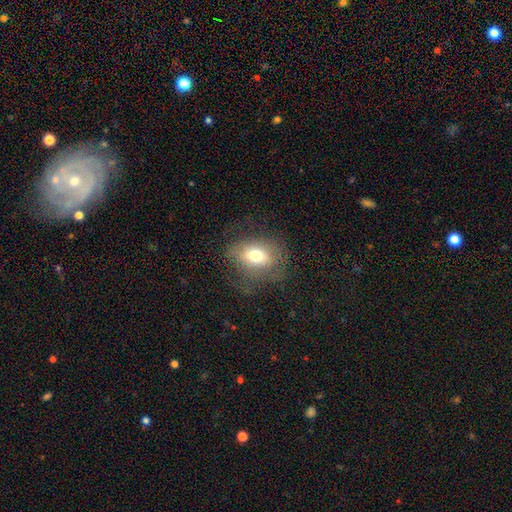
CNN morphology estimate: Smooth or featured: smooth — 66% (featured or disk — 23%)
How rounded: in between — 66% (round — 32%)
Merging: none — 58% (minor disturbance — 22%)